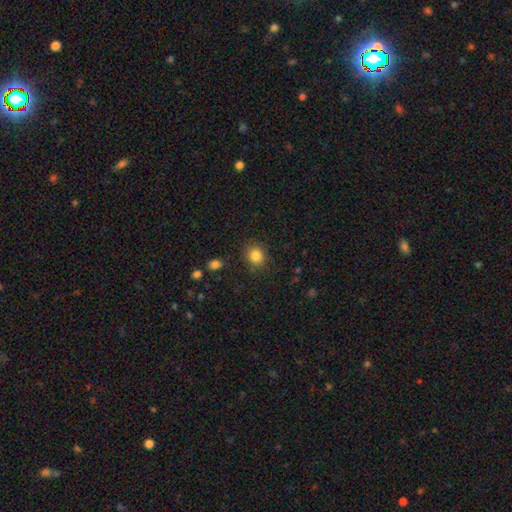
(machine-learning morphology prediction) type=smooth (85%); roundness=round (74%); merging=none (87%).